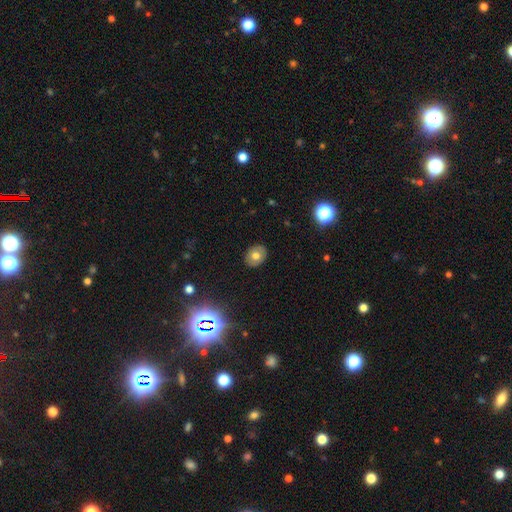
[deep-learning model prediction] The model was most divided on "how rounded": in between: 50%, round: 49%, cigar-shaped: 1%. More confident: merging — none (88%); smooth or featured — smooth (64%).